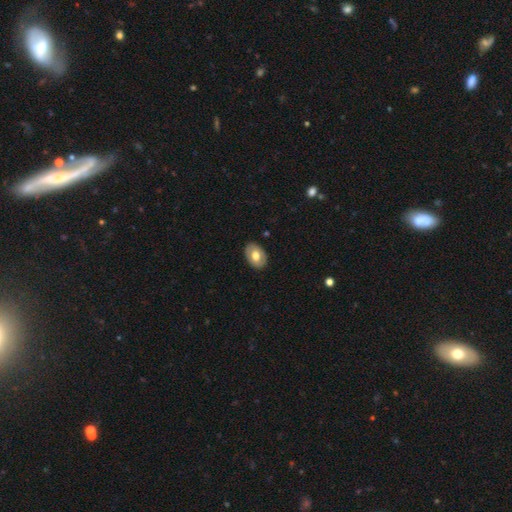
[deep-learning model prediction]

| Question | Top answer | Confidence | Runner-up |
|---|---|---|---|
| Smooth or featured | smooth | 66% | featured or disk (28%) |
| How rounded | in between | 83% | round (16%) |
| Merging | none | 88% | minor disturbance (9%) |